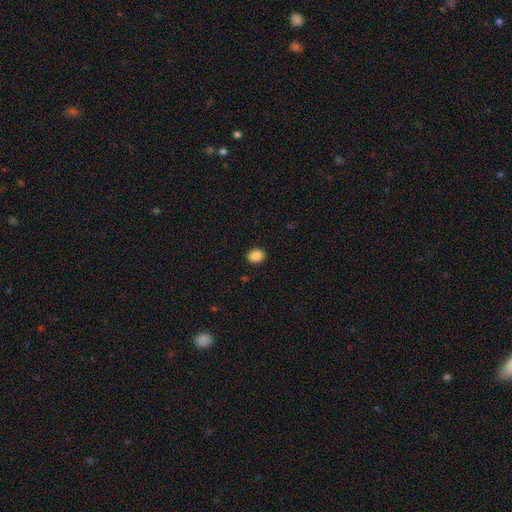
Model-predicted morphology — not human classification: A smooth galaxy with no disk features (87%) that is round (61%).

Vote fractions:
- Smooth or featured? smooth: 87% / star or artifact: 9% / featured or disk: 4%
- How rounded? round: 61% / in between: 39% / cigar-shaped: 1%
- Merging? none: 91% / minor disturbance: 6% / major disturbance: 2% / merger: 1%